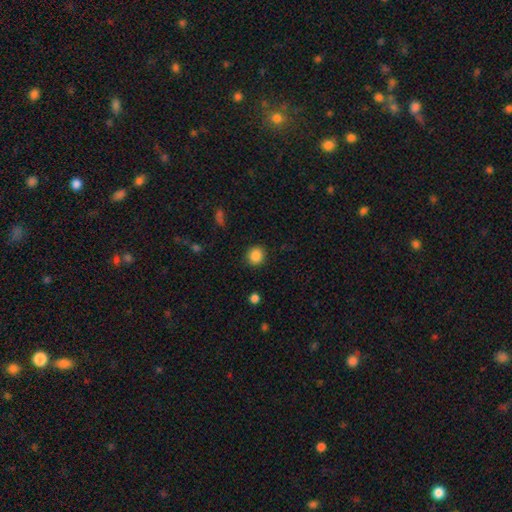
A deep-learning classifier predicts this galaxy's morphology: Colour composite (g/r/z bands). It shows a smooth galaxy with no disk features (87%) that is round (89%). Merging: none (90%).